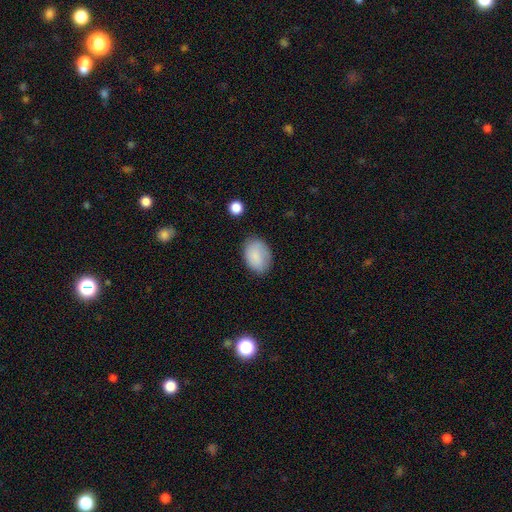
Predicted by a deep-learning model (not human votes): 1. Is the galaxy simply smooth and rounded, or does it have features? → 85% smooth, 8% featured or disk, 7% star or artifact.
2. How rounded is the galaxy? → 83% in between, 16% round, 1% cigar-shaped.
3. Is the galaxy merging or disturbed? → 76% none, 18% minor disturbance, 4% major disturbance, 2% merger.